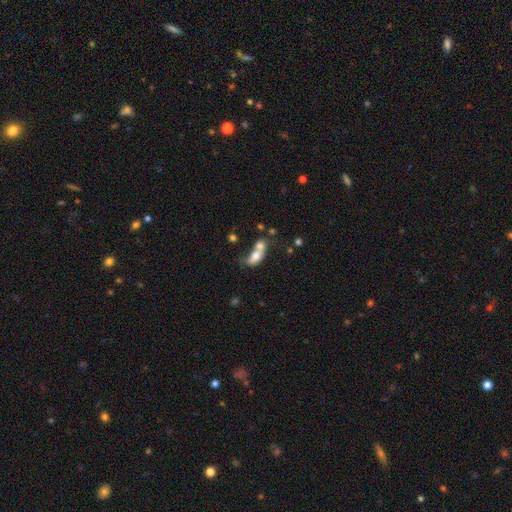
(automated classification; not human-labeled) Q: Smooth or featured?
A: smooth (67%); runner-up: featured or disk (23%)
Q: How rounded?
A: in between (74%); runner-up: round (18%)
Q: Merging?
A: merger (66%); runner-up: none (16%)